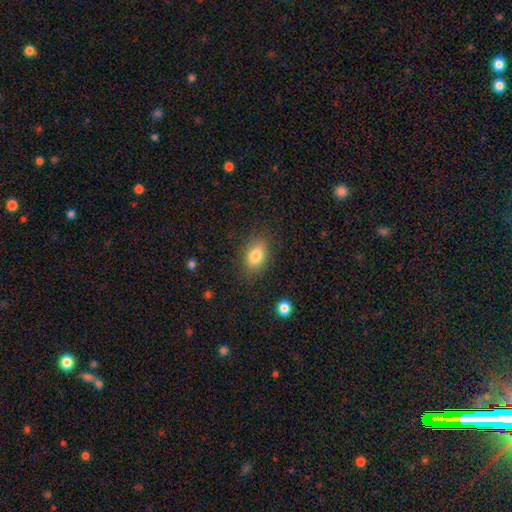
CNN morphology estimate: This appears to be a smooth galaxy with no disk features (81%) that is in between round and cigar-shaped (84%). Merging: none (83%).